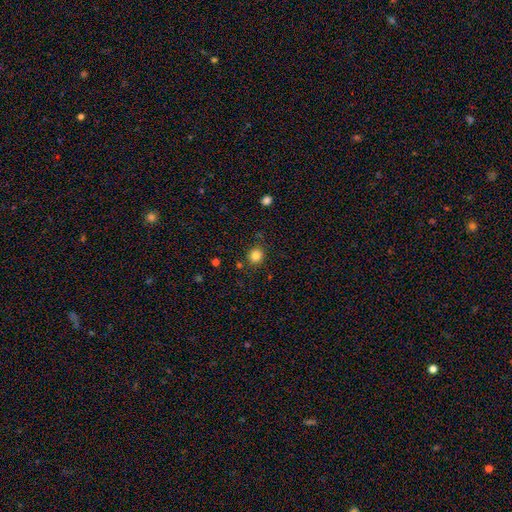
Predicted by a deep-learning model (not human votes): Smooth or featured? smooth (84%)
How rounded? round (83%)
Merging? none (85%)